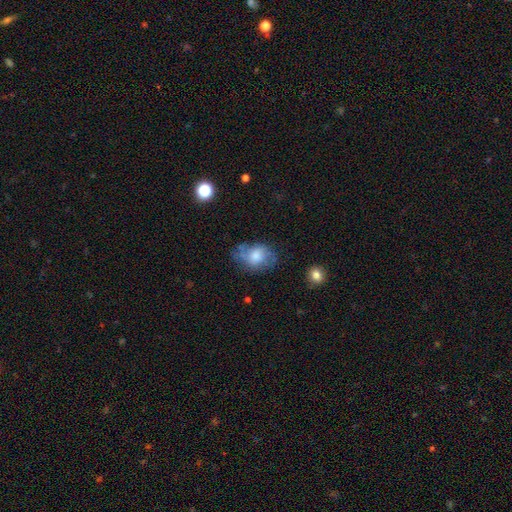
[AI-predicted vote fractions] Q: Smooth or featured?
A: smooth (61%); runner-up: featured or disk (30%)
Q: How rounded?
A: in between (68%); runner-up: round (30%)
Q: Merging?
A: none (51%); runner-up: minor disturbance (29%)